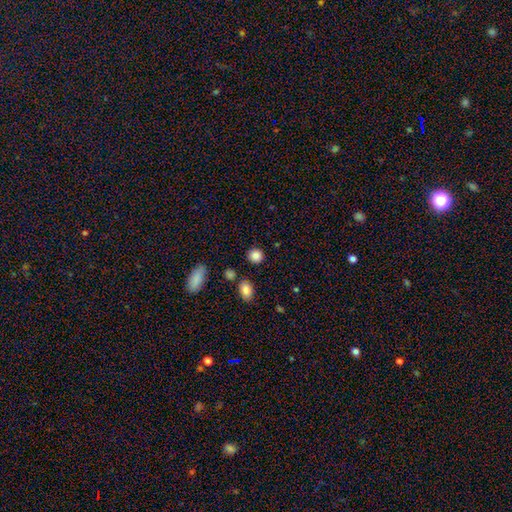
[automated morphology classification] Smooth or featured? Predicted: smooth (p=0.86). How rounded? Predicted: round (p=0.86). Merging? Predicted: none (p=0.87).